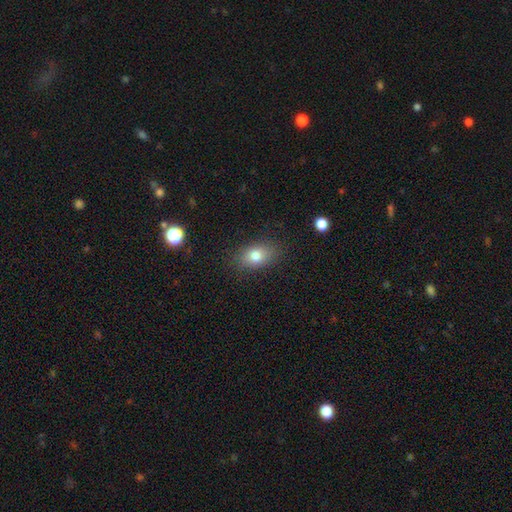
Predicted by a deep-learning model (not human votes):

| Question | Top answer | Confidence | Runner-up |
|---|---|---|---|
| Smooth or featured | smooth | 78% | featured or disk (12%) |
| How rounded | in between | 80% | round (18%) |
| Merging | none | 84% | minor disturbance (11%) |